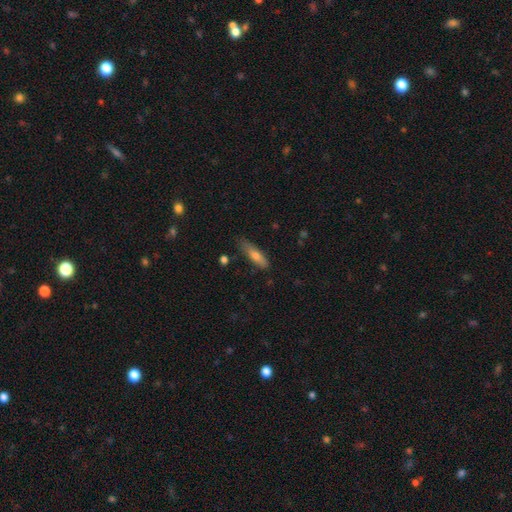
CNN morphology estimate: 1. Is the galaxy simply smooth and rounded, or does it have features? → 58% smooth, 34% featured or disk, 8% star or artifact.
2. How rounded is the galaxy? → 74% cigar-shaped, 24% in between, 2% round.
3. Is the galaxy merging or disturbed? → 79% none, 16% minor disturbance, 3% major disturbance, 2% merger.